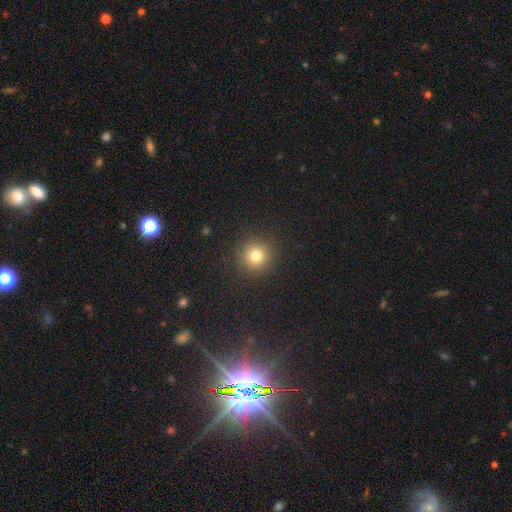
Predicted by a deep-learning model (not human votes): Smooth or featured: smooth — 78% (star or artifact — 15%)
How rounded: round — 94% (in between — 5%)
Merging: none — 90% (minor disturbance — 6%)